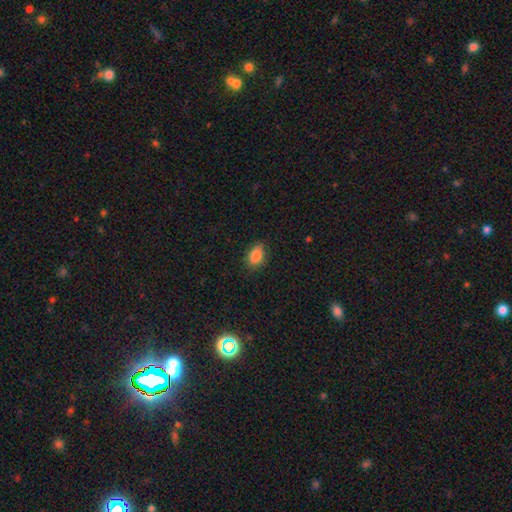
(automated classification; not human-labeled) Smooth or featured?
  - smooth: 85% *
  - star or artifact: 9%
  - featured or disk: 6%
How rounded?
  - in between: 81% *
  - round: 17%
  - cigar-shaped: 2%
Merging?
  - none: 71% *
  - minor disturbance: 24%
  - major disturbance: 4%
  - merger: 1%